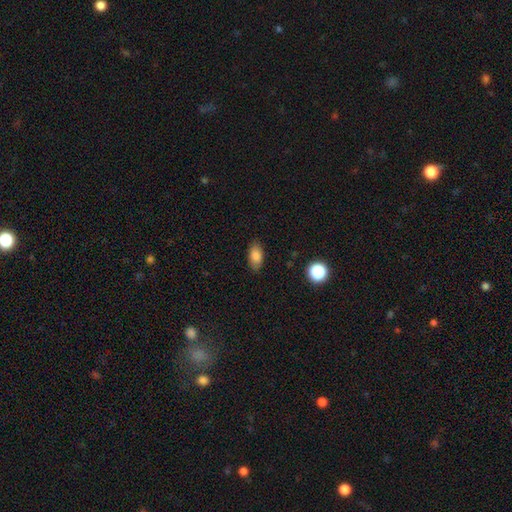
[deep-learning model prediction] A smooth galaxy with no disk features (84%) that is in between round and cigar-shaped (90%).

Vote fractions:
- Smooth or featured? smooth: 84% / star or artifact: 9% / featured or disk: 7%
- How rounded? in between: 90% / round: 5% / cigar-shaped: 4%
- Merging? none: 85% / minor disturbance: 11% / major disturbance: 3% / merger: 1%